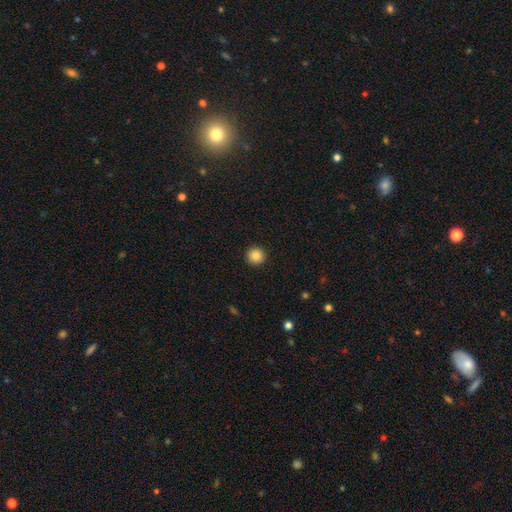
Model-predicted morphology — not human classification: Smooth or featured?
  - smooth: 86% *
  - star or artifact: 9%
  - featured or disk: 5%
How rounded?
  - round: 96% *
  - in between: 3%
  - cigar-shaped: 1%
Merging?
  - none: 93% *
  - minor disturbance: 4%
  - major disturbance: 1%
  - merger: 1%